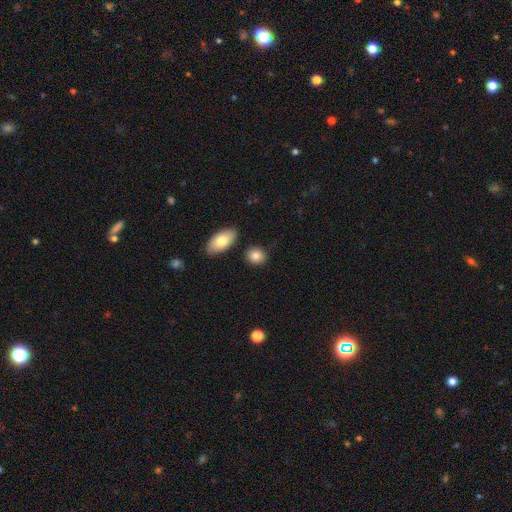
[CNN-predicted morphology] Smooth or featured?
  - smooth: 84% *
  - featured or disk: 8%
  - star or artifact: 8%
How rounded?
  - round: 62% *
  - in between: 36%
  - cigar-shaped: 2%
Merging?
  - none: 83% *
  - minor disturbance: 9%
  - merger: 6%
  - major disturbance: 3%